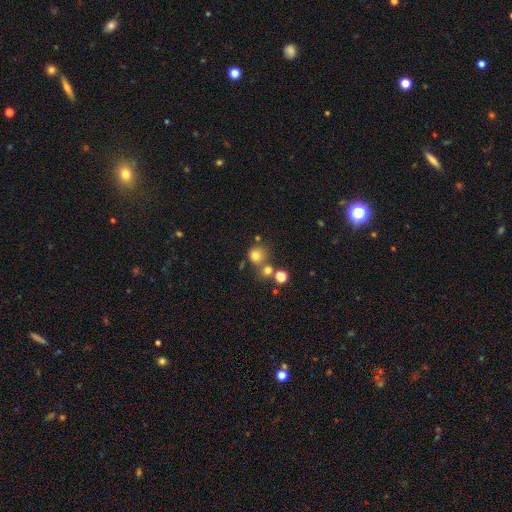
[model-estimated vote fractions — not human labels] smooth_or_featured: smooth (p=0.75) [alt: star or artifact p=0.16]
how_rounded: round (p=0.87) [alt: in between p=0.12]
merging: none (p=0.59) [alt: merger p=0.25]